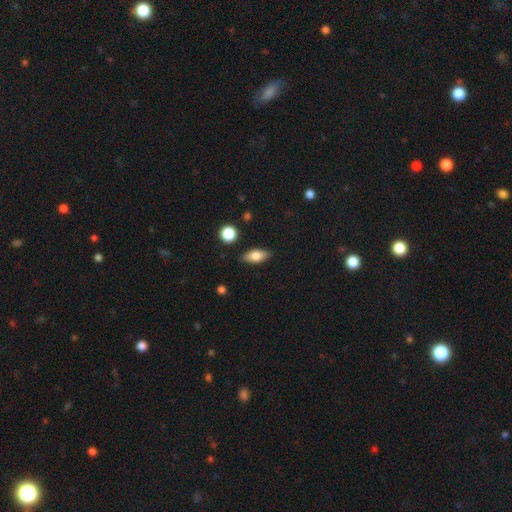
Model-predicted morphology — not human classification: A smooth galaxy with no disk features (76%) that is in between round and cigar-shaped (83%). Merging: none (84%).